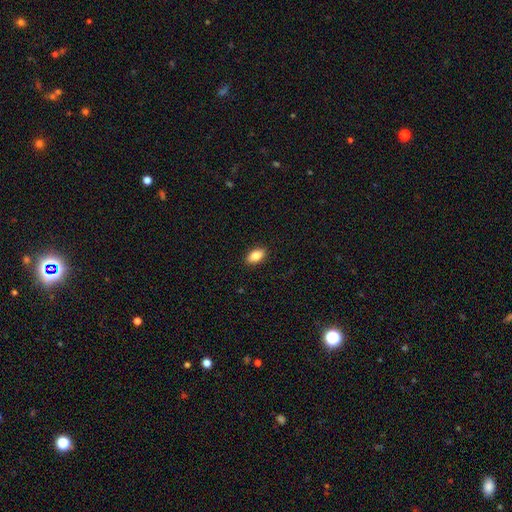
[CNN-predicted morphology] Smooth or featured? smooth (85%)
How rounded? in between (91%)
Merging? none (90%)